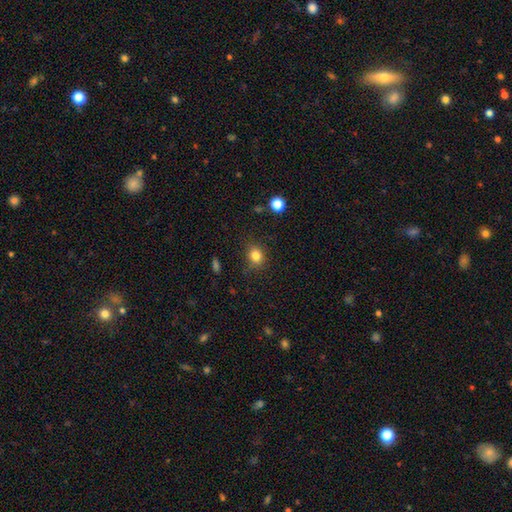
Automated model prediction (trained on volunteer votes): The model was most divided on "how rounded": round: 63%, in between: 36%, cigar-shaped: 1%. More confident: smooth or featured — smooth (82%); merging — none (80%).